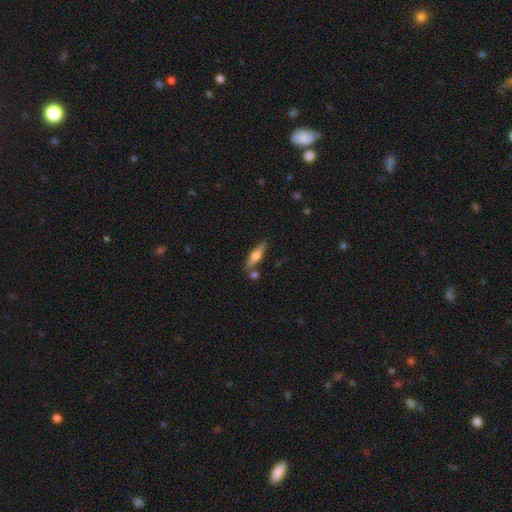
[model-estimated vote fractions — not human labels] smooth-or-featured: featured or disk: 55% | smooth: 39% | star or artifact: 6%
  disk-edge-on: yes: 94% | no: 6%
    edge-on-bulge: rounded: 91% | boxy: 6% | none: 3%
  merging: none: 79% | minor disturbance: 11% | merger: 8% | major disturbance: 3%